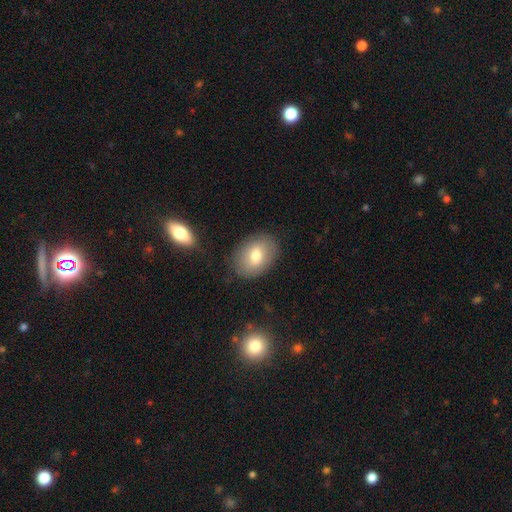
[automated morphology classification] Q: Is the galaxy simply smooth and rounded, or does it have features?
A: smooth — 72%.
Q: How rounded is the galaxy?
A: in between — 77%.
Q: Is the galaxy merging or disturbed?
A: none — 82%.